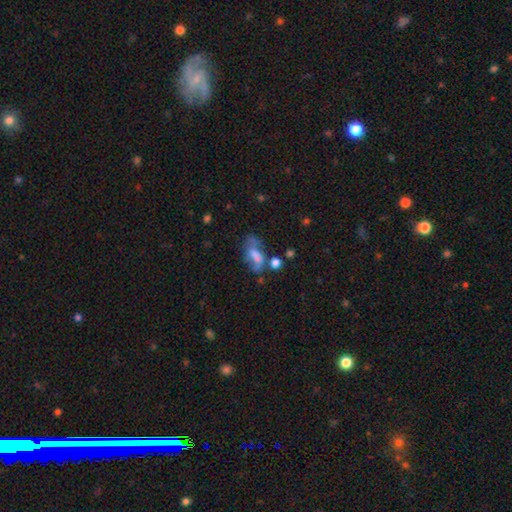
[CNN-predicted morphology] smooth_or_featured: smooth (p=0.55) [alt: featured or disk p=0.33]
how_rounded: in between (p=0.82) [alt: cigar-shaped p=0.10]
merging: none (p=0.30) [alt: major disturbance p=0.28]